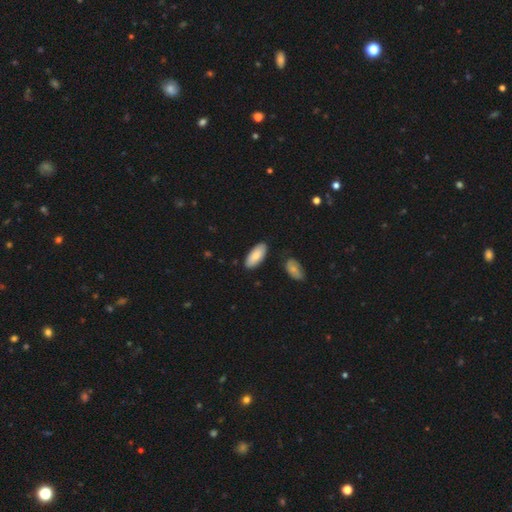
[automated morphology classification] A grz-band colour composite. It shows a smooth galaxy with no disk features (83%) that is in between round and cigar-shaped (88%). Merging: none (83%).